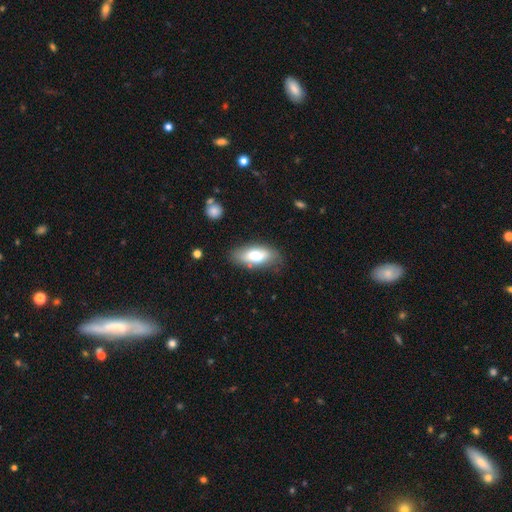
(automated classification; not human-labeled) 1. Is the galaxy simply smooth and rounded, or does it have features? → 68% smooth, 25% featured or disk, 7% star or artifact.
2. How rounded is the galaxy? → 79% in between, 18% cigar-shaped, 3% round.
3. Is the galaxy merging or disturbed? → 73% none, 18% minor disturbance, 5% major disturbance, 3% merger.